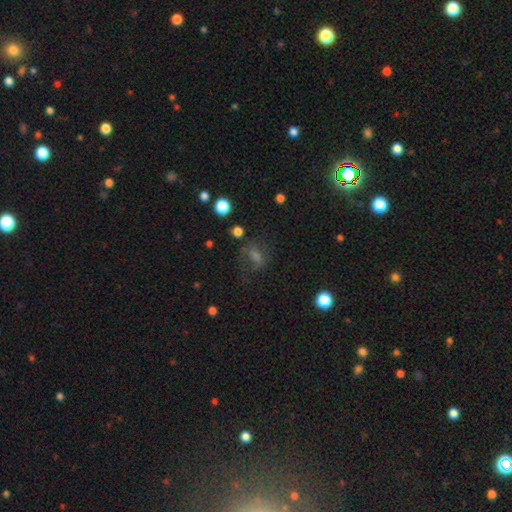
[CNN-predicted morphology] This is marginally a smooth galaxy (41%). Merging: possibly none (57%).